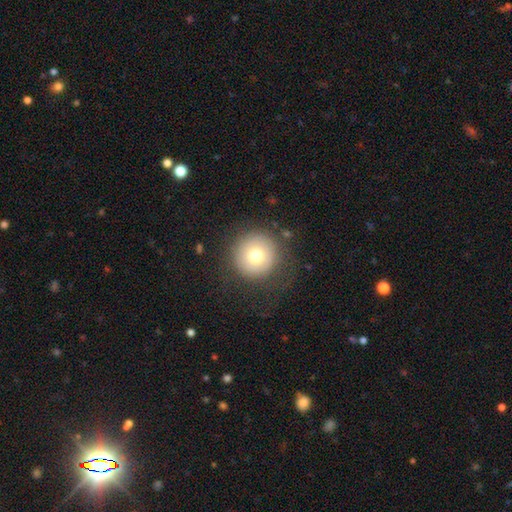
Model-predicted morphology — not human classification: smooth 73%, featured or disk 16%, star or artifact 11%. Down the decision tree: how rounded — round (96%); merging — none (83%).